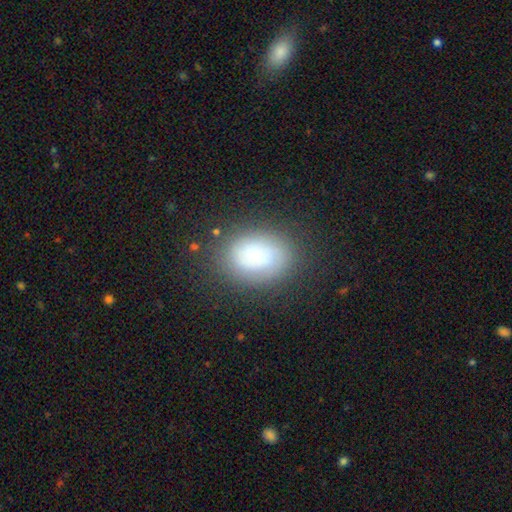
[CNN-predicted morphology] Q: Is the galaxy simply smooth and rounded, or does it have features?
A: smooth — 73%.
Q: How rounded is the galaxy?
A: in between — 75%.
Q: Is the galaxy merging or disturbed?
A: none — 76%.